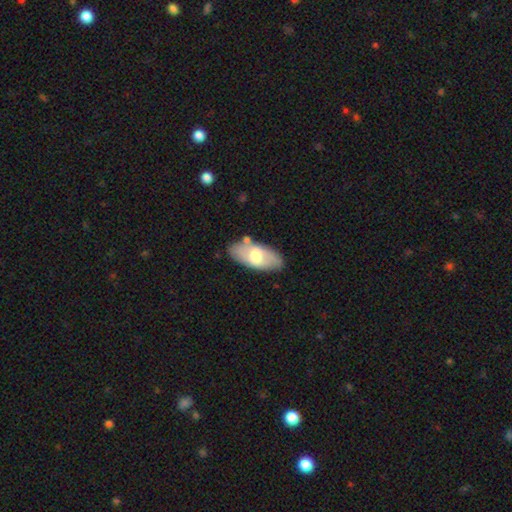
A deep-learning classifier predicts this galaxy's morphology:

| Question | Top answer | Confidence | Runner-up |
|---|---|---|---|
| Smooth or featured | smooth | 59% | featured or disk (35%) |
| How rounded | in between | 91% | cigar-shaped (7%) |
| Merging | none | 76% | minor disturbance (15%) |